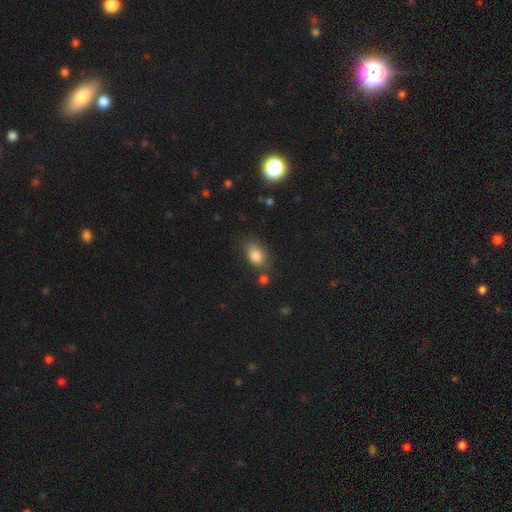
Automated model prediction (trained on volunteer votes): A smooth galaxy with no disk features (84%) that is in between round and cigar-shaped (84%). Merging: none (67%).